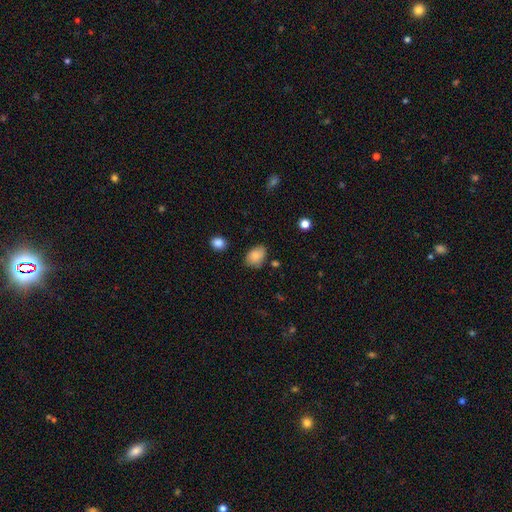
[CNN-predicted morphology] Q: Smooth or featured?
A: smooth (84%); runner-up: star or artifact (8%)
Q: How rounded?
A: in between (76%); runner-up: round (22%)
Q: Merging?
A: none (71%); runner-up: minor disturbance (22%)